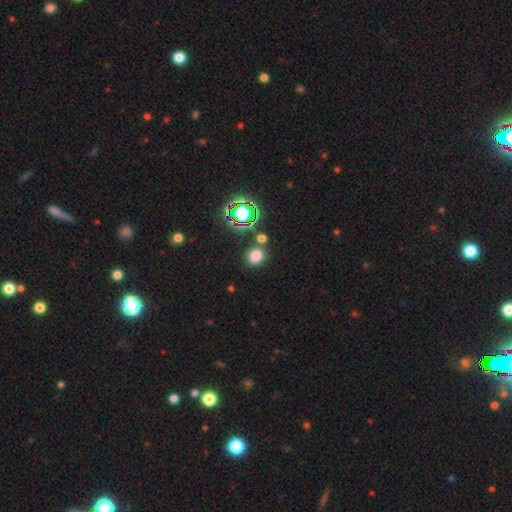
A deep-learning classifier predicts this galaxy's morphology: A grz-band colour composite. It shows a smooth galaxy with no disk features (74%) that is round (76%). Merging: none (79%).